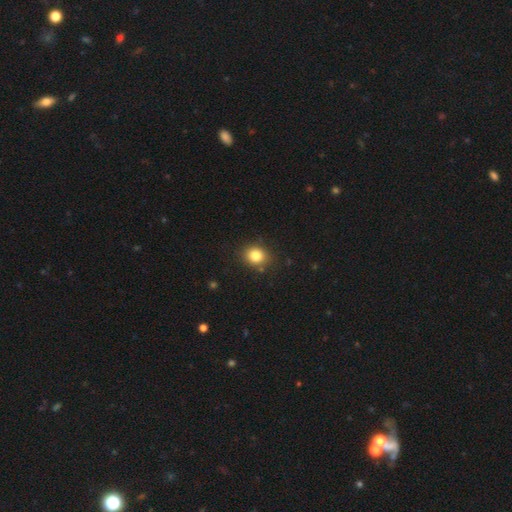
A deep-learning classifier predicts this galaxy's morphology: Smooth or featured? Predicted: smooth (p=0.82). How rounded? Predicted: round (p=0.71). Merging? Predicted: none (p=0.86).